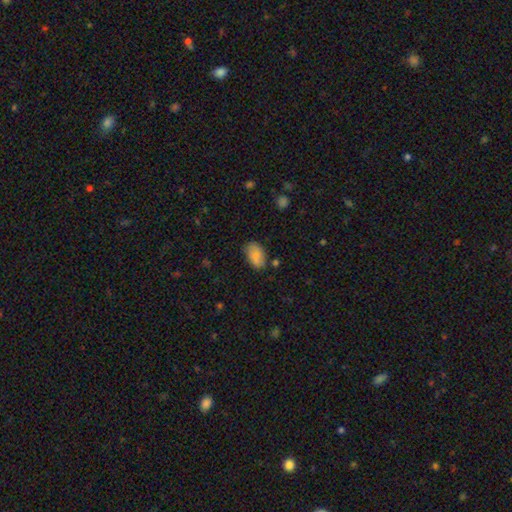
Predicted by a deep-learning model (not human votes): This is clearly a smooth galaxy (83%). How rounded: clearly in between (93%). Merging: likely none (74%).